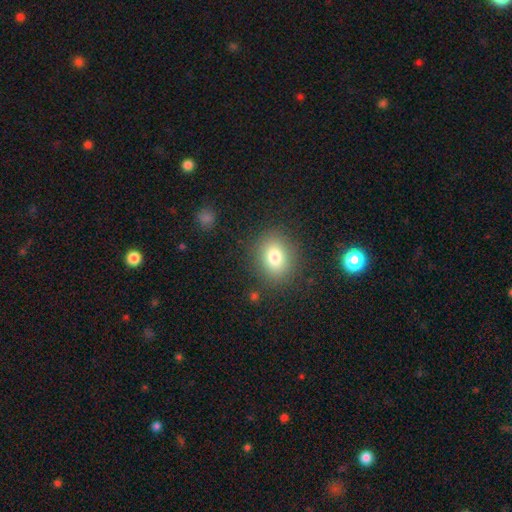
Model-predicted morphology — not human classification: type=smooth (76%); roundness=round (54%); merging=none (89%).